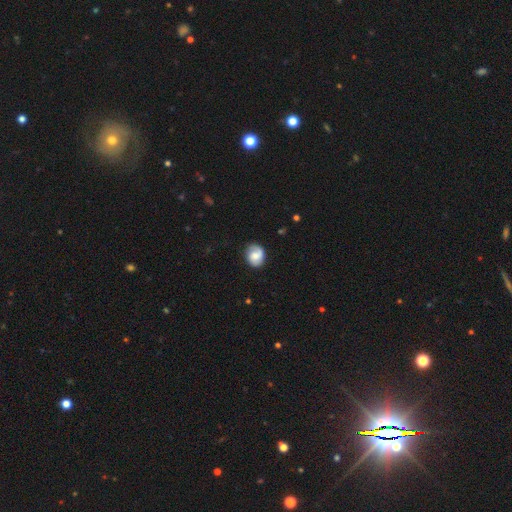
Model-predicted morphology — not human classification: smooth 50%, featured or disk 43%, star or artifact 8%. Down the decision tree: merging — none (77%).